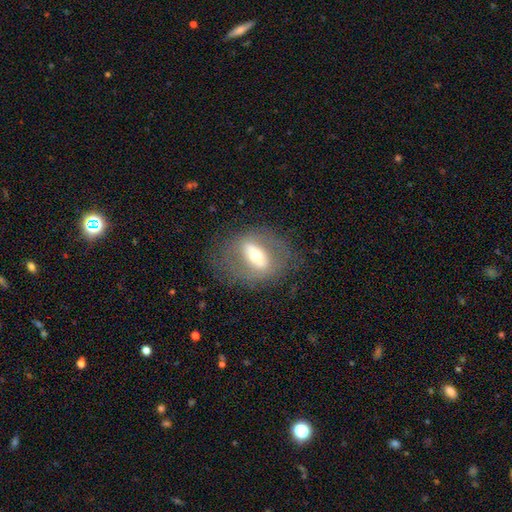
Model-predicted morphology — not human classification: Smooth or featured? Predicted: featured or disk (p=0.59). Edge-on disk? Predicted: no (p=0.83). Merging? Predicted: none (p=0.71).